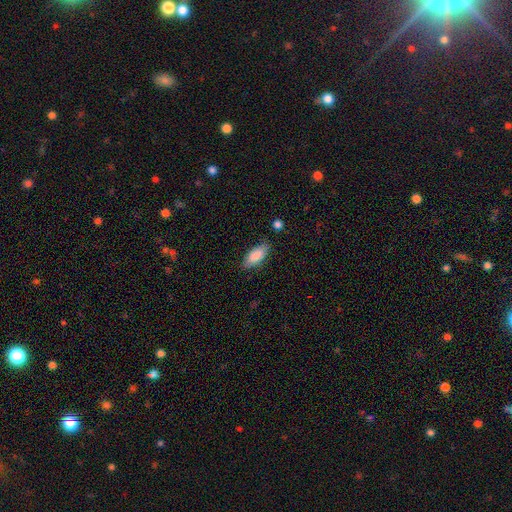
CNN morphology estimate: Smooth or featured?
  - smooth: 84% *
  - featured or disk: 10%
  - star or artifact: 6%
How rounded?
  - in between: 84% *
  - cigar-shaped: 14%
  - round: 2%
Merging?
  - none: 78% *
  - minor disturbance: 17%
  - major disturbance: 3%
  - merger: 2%